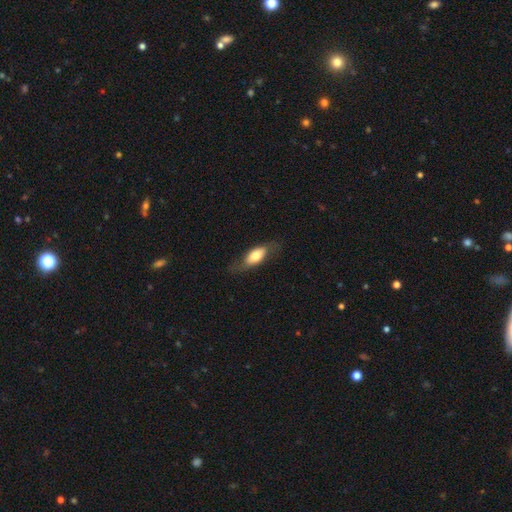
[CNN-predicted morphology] Smooth or featured? Predicted: smooth (p=0.63). How rounded? Predicted: in between (p=0.75). Merging? Predicted: none (p=0.70).